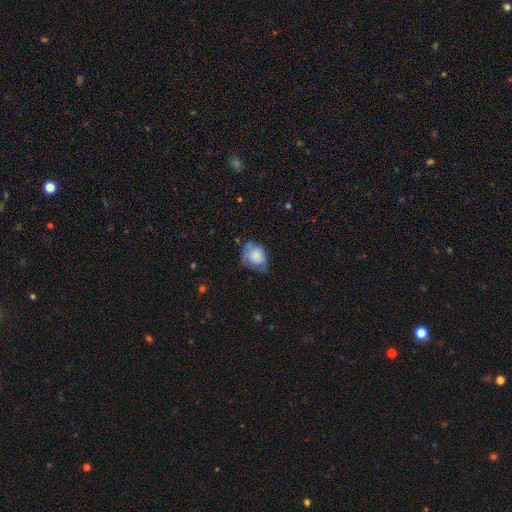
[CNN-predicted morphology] type=smooth (67%); roundness=round (50%); merging=none (37%).